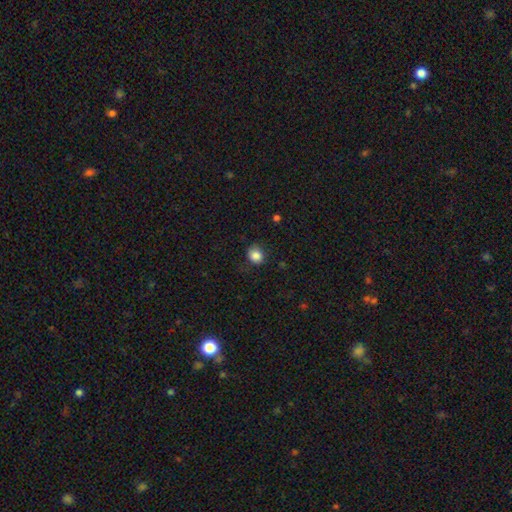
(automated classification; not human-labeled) smooth 85%, star or artifact 10%, featured or disk 5%. Down the decision tree: how rounded — round (70%); merging — none (76%).